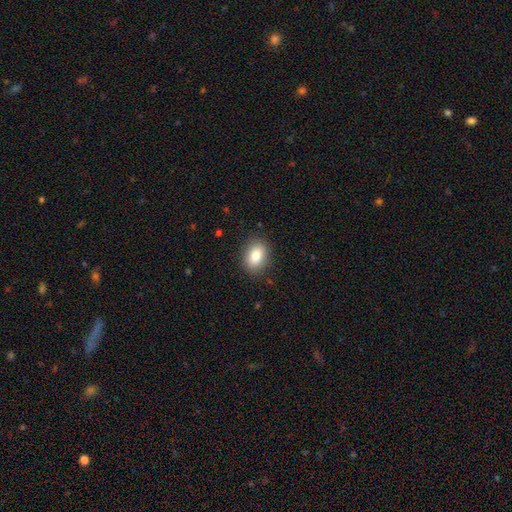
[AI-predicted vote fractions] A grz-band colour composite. It shows a smooth galaxy with no disk features (84%) that is in between round and cigar-shaped (76%). Merging: none (86%).